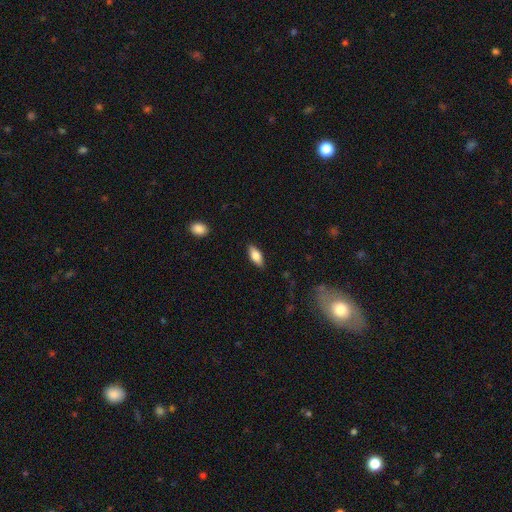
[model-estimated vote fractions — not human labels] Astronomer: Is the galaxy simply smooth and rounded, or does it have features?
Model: smooth — 76%.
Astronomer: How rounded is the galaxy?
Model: in between — 82%.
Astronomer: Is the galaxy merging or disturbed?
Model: none — 87%.